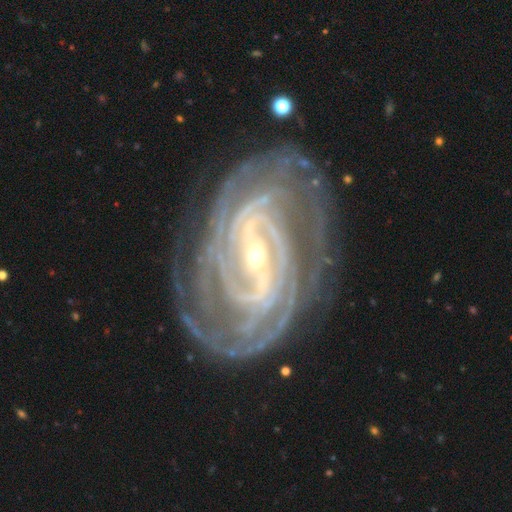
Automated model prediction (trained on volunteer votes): Smooth or featured? featured or disk (93%)
Edge-on disk? no (97%)
Bar? strong (59%)
Spiral arms? yes (98%)
Spiral winding? tight (78%)
Spiral arm count? 4 (26%)
Bulge size? small (71%)
Merging? none (79%)